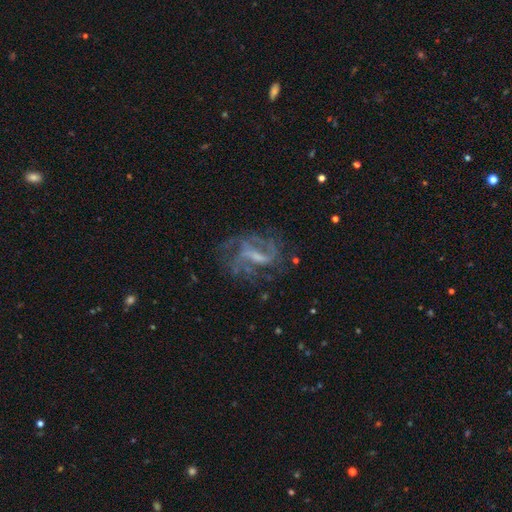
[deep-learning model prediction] smooth_or_featured: featured or disk (p=0.80) [alt: star or artifact p=0.10]
disk_edge_on: no (p=0.96) [alt: yes p=0.04]
bar: weak (p=0.46) [alt: strong p=0.34]
has_spiral_arms: yes (p=0.84) [alt: no p=0.16]
spiral_winding: medium (p=0.44) [alt: loose p=0.34]
spiral_arm_count: 2 (p=0.36) [alt: can't tell p=0.27]
bulge_size: small (p=0.36) [alt: none p=0.32]
merging: none (p=0.56) [alt: major disturbance p=0.24]